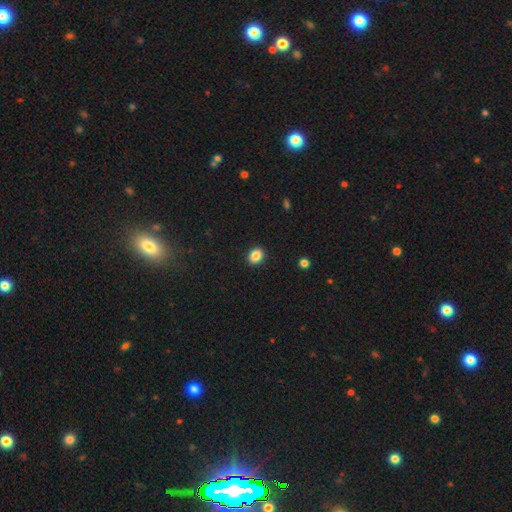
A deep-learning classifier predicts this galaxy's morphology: A smooth galaxy with no disk features (86%) that is round (60%). Merging: none (92%).